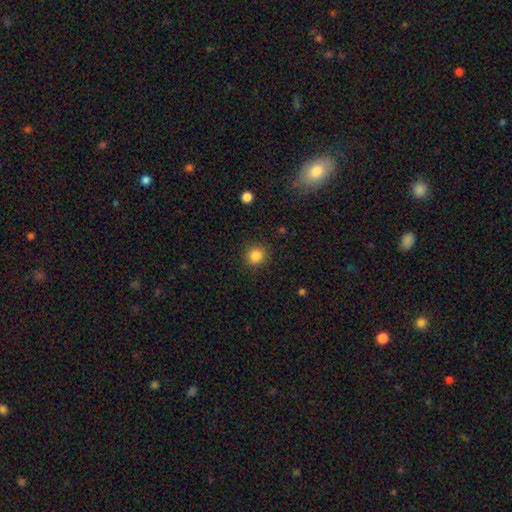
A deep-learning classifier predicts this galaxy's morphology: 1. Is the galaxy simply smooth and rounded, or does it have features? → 85% smooth, 11% star or artifact, 4% featured or disk.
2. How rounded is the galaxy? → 92% round, 7% in between, 1% cigar-shaped.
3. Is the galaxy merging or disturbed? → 90% none, 7% minor disturbance, 2% major disturbance, 1% merger.